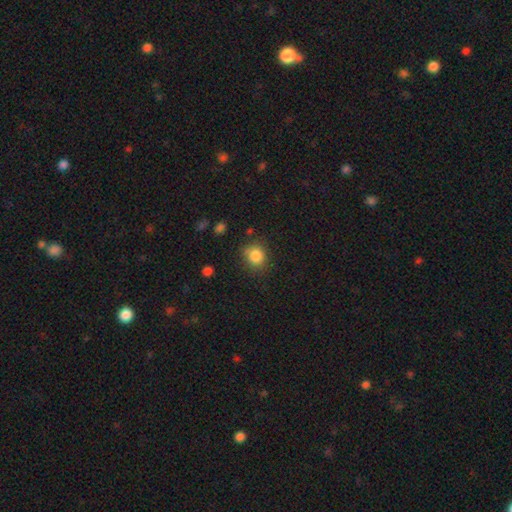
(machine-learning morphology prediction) type=smooth (85%); roundness=round (78%); merging=none (76%).